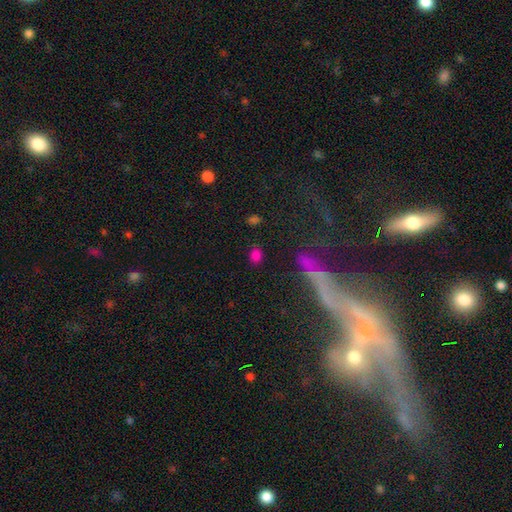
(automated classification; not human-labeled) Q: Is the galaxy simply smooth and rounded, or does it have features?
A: smooth — 75%.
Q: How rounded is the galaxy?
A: in between — 54%.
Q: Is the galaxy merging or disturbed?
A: none — 83%.